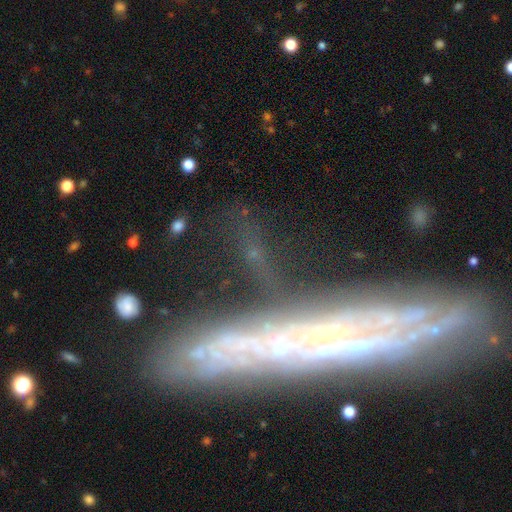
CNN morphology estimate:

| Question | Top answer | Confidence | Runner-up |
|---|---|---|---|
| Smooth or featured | featured or disk | 70% | smooth (17%) |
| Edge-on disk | yes | 68% | no (32%) |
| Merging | none | 66% | minor disturbance (20%) |